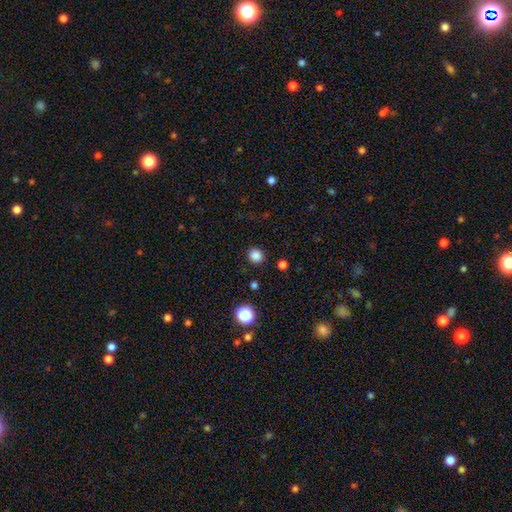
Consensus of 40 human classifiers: smooth 85%, star or artifact 10%, featured or disk 5%. Down the decision tree: how rounded — round (91%); merging — none (100%).